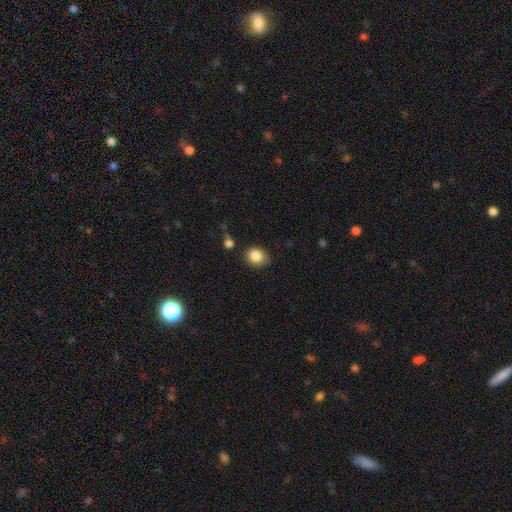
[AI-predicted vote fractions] Smooth or featured? smooth (85%)
How rounded? round (58%)
Merging? none (79%)